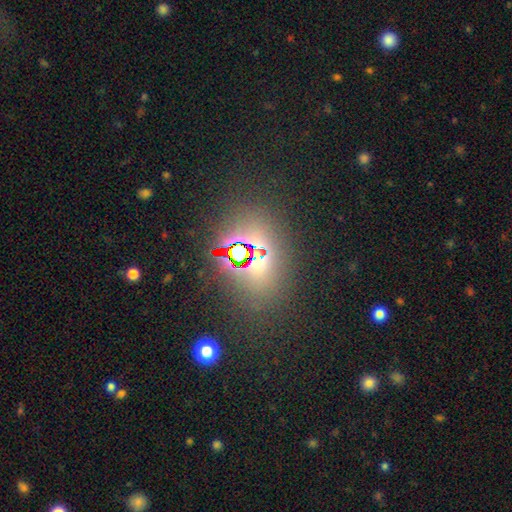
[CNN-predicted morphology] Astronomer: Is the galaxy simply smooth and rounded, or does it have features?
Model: star or artifact — 58%.